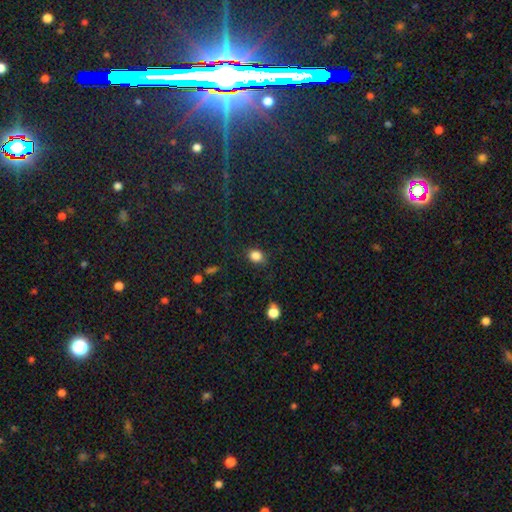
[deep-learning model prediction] smooth_or_featured: smooth (p=0.84) [alt: star or artifact p=0.11]
how_rounded: in between (p=0.55) [alt: round p=0.44]
merging: none (p=0.81) [alt: minor disturbance p=0.14]